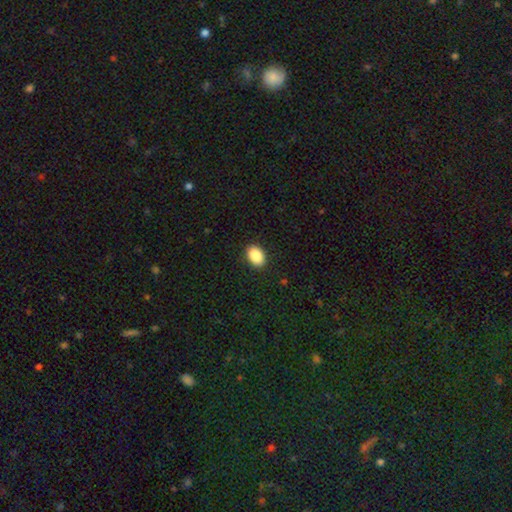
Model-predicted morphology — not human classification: smooth 89%, star or artifact 8%, featured or disk 3%. Down the decision tree: how rounded — in between (83%); merging — none (90%).